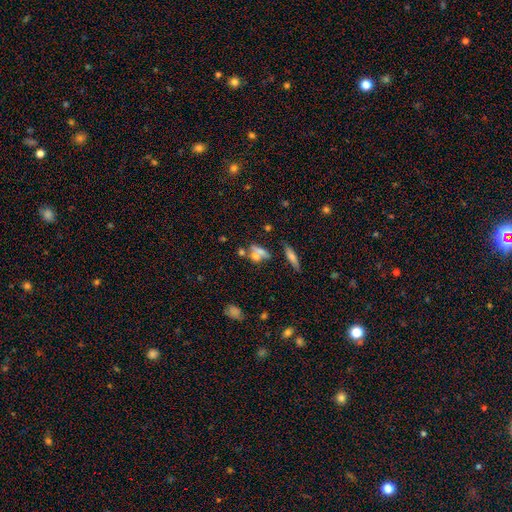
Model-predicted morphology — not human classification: This appears to be a smooth galaxy with no disk features (58%) that is in between round and cigar-shaped (55%). Merging: merger (43%).